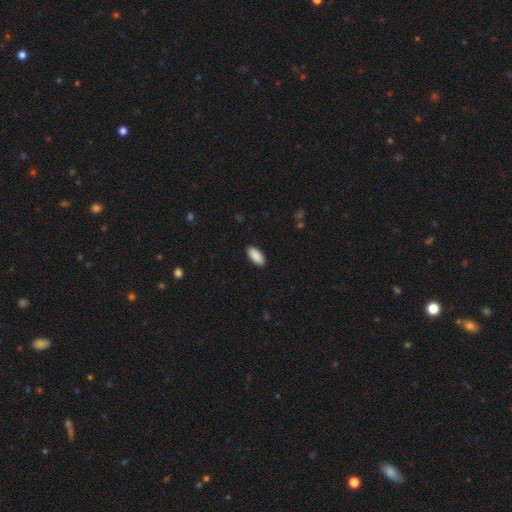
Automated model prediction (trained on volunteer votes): smooth 91%, star or artifact 6%, featured or disk 4%. Down the decision tree: how rounded — in between (90%); merging — none (91%).